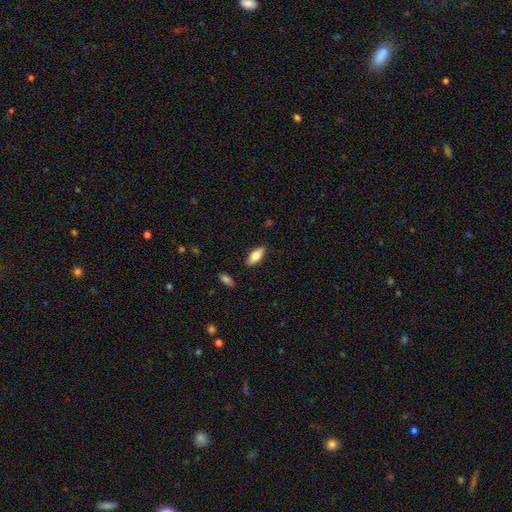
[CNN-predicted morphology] This appears to be a smooth galaxy with no disk features (64%) that is in between round and cigar-shaped (76%). Merging: none (87%).